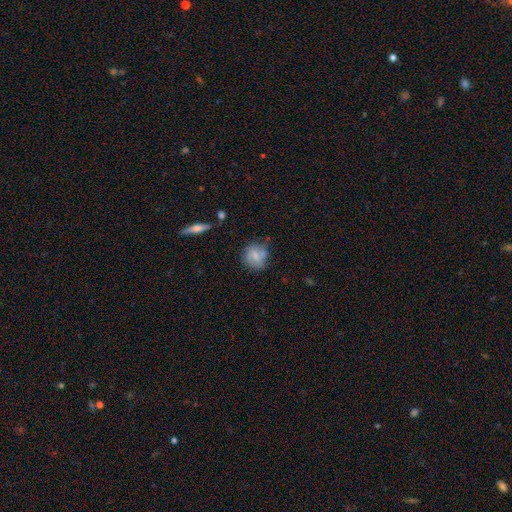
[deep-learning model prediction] smooth-or-featured: smooth: 56% | featured or disk: 36% | star or artifact: 8%
  how-rounded: round: 75% | in between: 23% | cigar-shaped: 2%
  merging: none: 62% | minor disturbance: 24% | major disturbance: 8% | merger: 5%